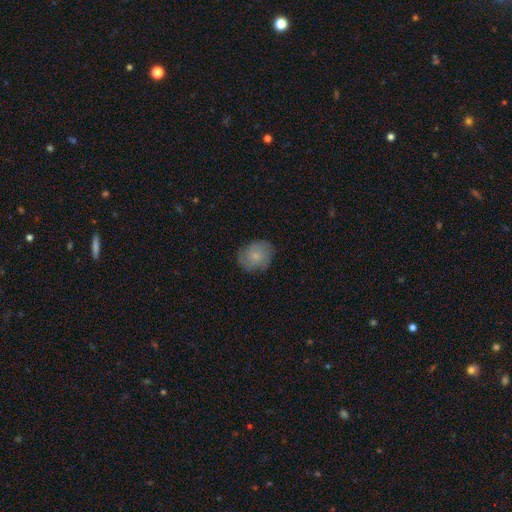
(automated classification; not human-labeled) Smooth or featured: smooth — 78% (featured or disk — 15%)
How rounded: round — 63% (in between — 36%)
Merging: none — 78% (minor disturbance — 17%)